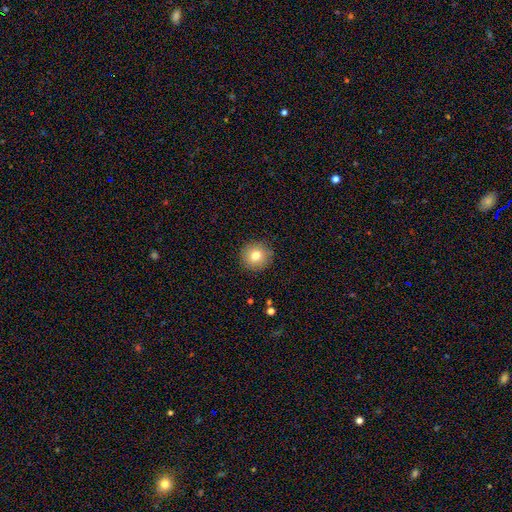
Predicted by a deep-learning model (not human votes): smooth 78%, featured or disk 11%, star or artifact 11%. Down the decision tree: how rounded — round (93%); merging — none (90%).